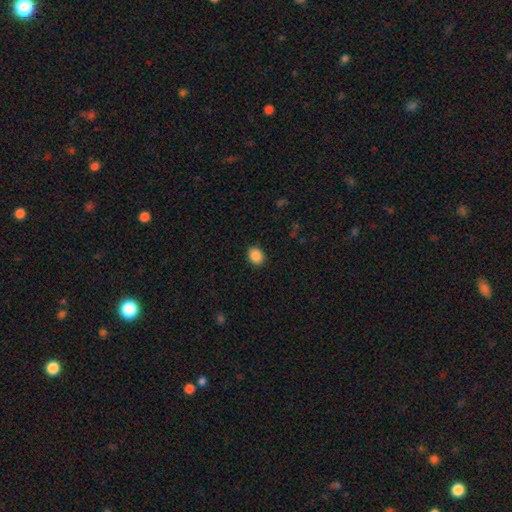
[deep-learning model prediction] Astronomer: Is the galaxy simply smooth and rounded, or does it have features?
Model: smooth — 88%.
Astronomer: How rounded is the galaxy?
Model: in between — 53% (runner-up: round, 46%).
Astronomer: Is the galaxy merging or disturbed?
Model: none — 90%.